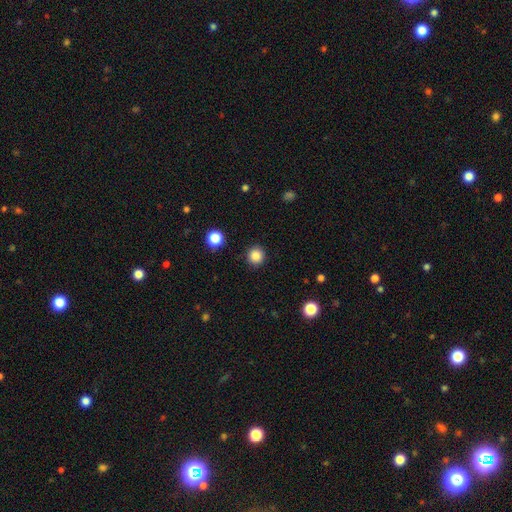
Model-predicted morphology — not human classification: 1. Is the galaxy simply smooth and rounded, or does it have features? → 86% smooth, 11% star or artifact, 3% featured or disk.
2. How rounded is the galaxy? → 93% round, 6% in between, 1% cigar-shaped.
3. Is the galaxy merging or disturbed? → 91% none, 5% minor disturbance, 2% major disturbance, 1% merger.